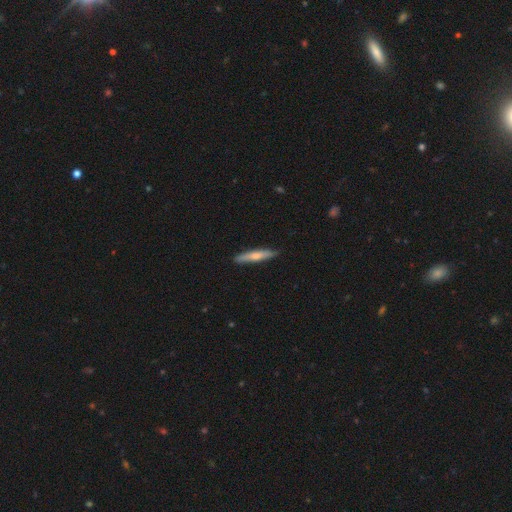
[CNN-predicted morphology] This is possibly a smooth galaxy (58%). How rounded: clearly cigar-shaped (91%). Merging: clearly none (88%).